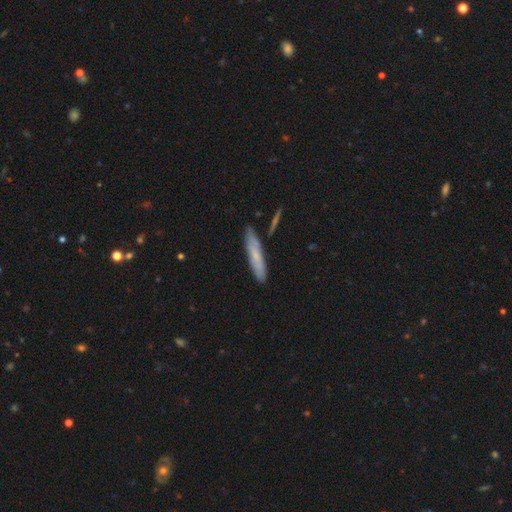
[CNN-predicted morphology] Smooth or featured: smooth — 65% (featured or disk — 28%)
How rounded: cigar-shaped — 89% (in between — 10%)
Merging: none — 83% (minor disturbance — 11%)